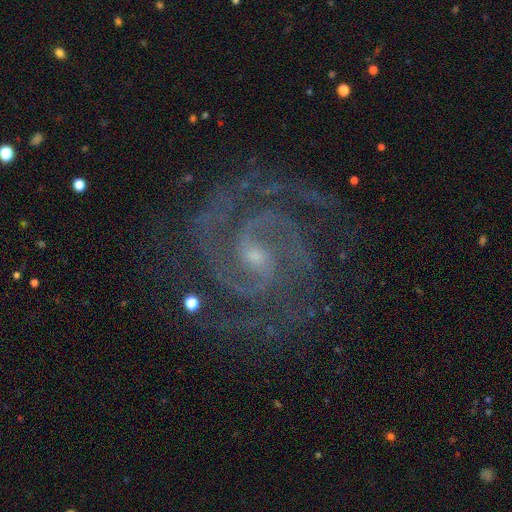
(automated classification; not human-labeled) A featured or disk galaxy (93%) with a weak bar (48%), 2 (82%) tight (60%) spiral arms (99%) and a small central bulge (72%).

Vote fractions:
- Smooth or featured? featured or disk: 93% / star or artifact: 5% / smooth: 2%
- Edge-on disk? no: 98% / yes: 2%
- Bar? weak: 48% / no: 31% / strong: 21%
- Spiral arms? yes: 99% / no: 1%
- Spiral winding? tight: 60% / medium: 36% / loose: 4%
- Spiral arm count? 2: 82% / 3: 7% / can't tell: 4% / 4: 3% / more than 4: 2% / 1: 2%
- Bulge size? small: 72% / moderate: 21% / none: 4% / large: 1% / dominant: 1%
- Merging? none: 81% / minor disturbance: 13% / major disturbance: 5% / merger: 1%